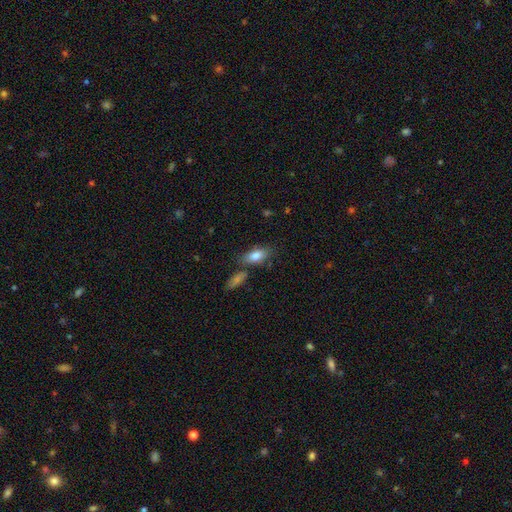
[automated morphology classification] The model was most divided on "merging": none: 65%, merger: 17%, minor disturbance: 14%, major disturbance: 4%. More confident: how rounded — in between (85%); smooth or featured — smooth (82%).